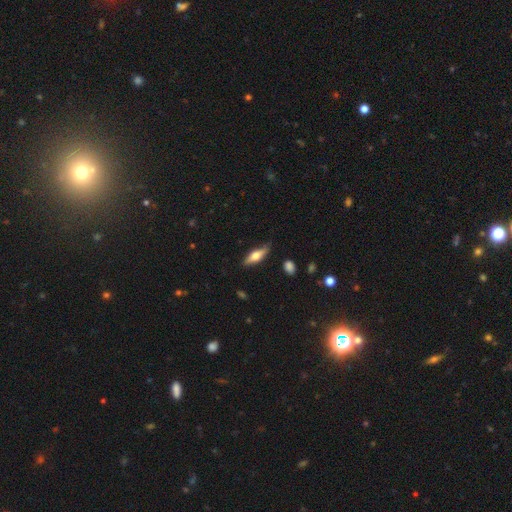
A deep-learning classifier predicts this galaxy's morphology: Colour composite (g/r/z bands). It shows a smooth galaxy with no disk features (52%) that is cigar-shaped (49%). Merging: none (78%).